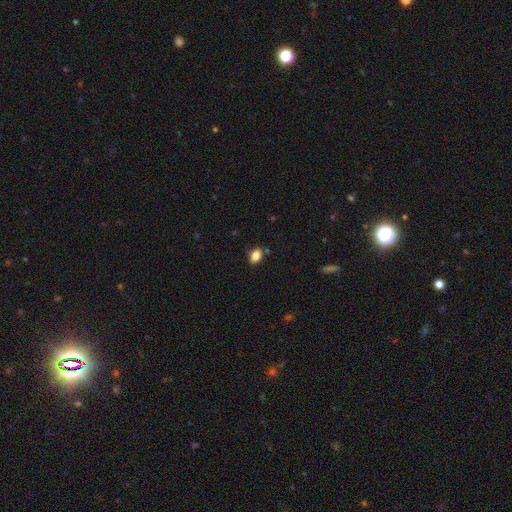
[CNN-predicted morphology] A smooth galaxy with no disk features (85%) that is in between round and cigar-shaped (70%).

Vote fractions:
- Smooth or featured? smooth: 85% / star or artifact: 10% / featured or disk: 5%
- How rounded? in between: 70% / round: 29% / cigar-shaped: 1%
- Merging? none: 80% / minor disturbance: 14% / merger: 3% / major disturbance: 3%